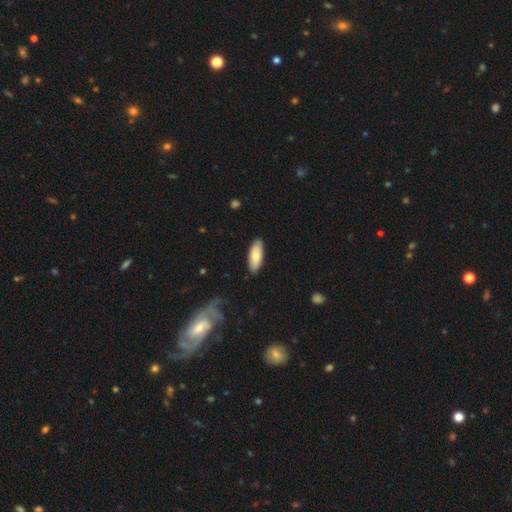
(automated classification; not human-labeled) Smooth or featured? Predicted: smooth (p=0.75). How rounded? Predicted: in between (p=0.81). Merging? Predicted: none (p=0.87).